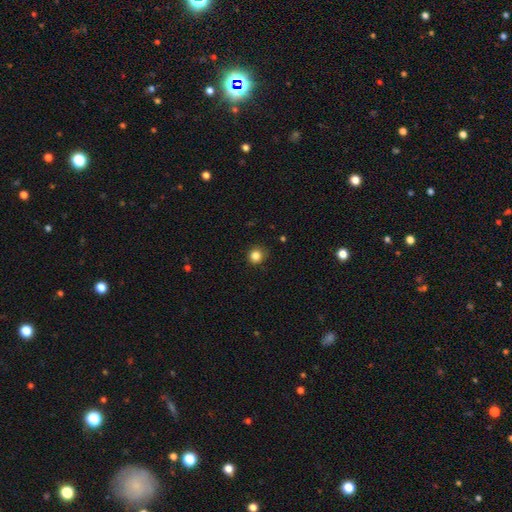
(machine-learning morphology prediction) This appears to be a smooth galaxy with no disk features (85%) that is round (90%). Merging: none (85%).